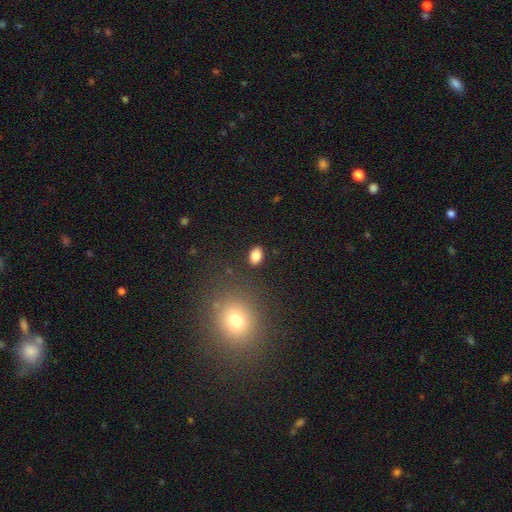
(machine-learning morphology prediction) A smooth galaxy with no disk features (85%) that is in between round and cigar-shaped (81%).

Vote fractions:
- Smooth or featured? smooth: 85% / star or artifact: 10% / featured or disk: 5%
- How rounded? in between: 81% / round: 18% / cigar-shaped: 1%
- Merging? none: 87% / minor disturbance: 8% / major disturbance: 3% / merger: 2%